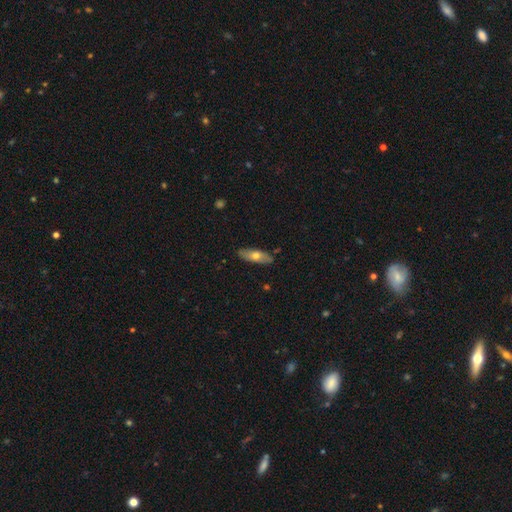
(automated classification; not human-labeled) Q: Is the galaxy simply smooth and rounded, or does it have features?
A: smooth — 60%.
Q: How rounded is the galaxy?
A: in between — 60%.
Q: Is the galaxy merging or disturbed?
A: none — 86%.